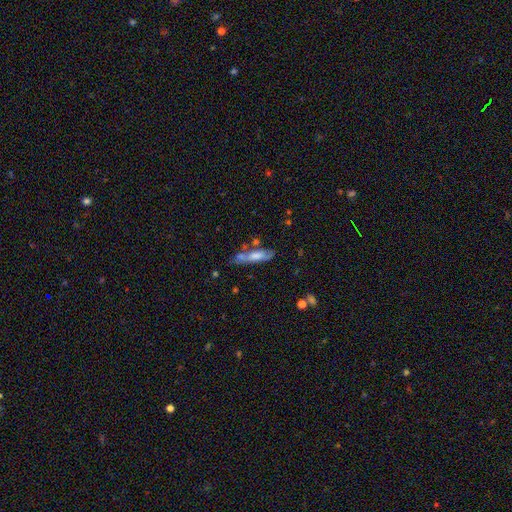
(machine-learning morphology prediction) Smooth or featured?
  - smooth: 47% *
  - featured or disk: 44%
  - star or artifact: 9%
Merging?
  - none: 53% *
  - minor disturbance: 23%
  - merger: 14%
  - major disturbance: 10%